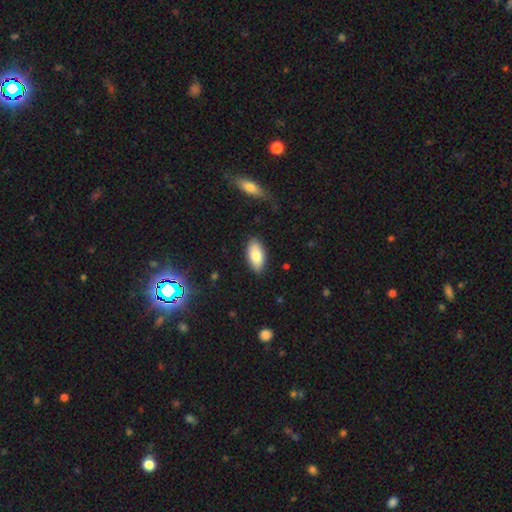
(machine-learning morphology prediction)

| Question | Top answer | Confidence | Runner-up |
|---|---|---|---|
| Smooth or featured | smooth | 80% | featured or disk (13%) |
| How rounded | in between | 93% | cigar-shaped (4%) |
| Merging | none | 86% | minor disturbance (10%) |